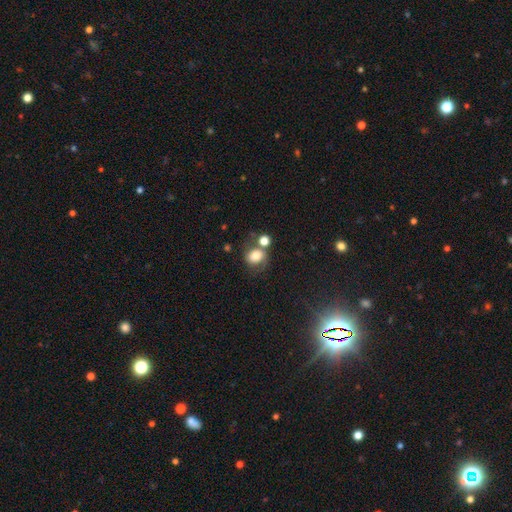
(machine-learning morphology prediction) A smooth galaxy with no disk features (65%) that is round (64%). Merging: none (46%).